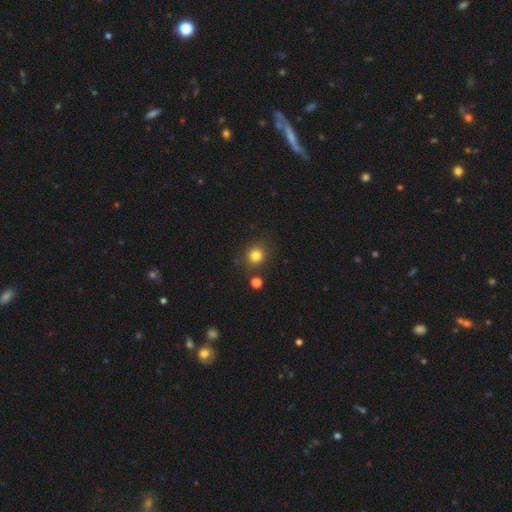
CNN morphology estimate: smooth 80%, star or artifact 13%, featured or disk 6%. Down the decision tree: how rounded — round (83%); merging — none (82%).